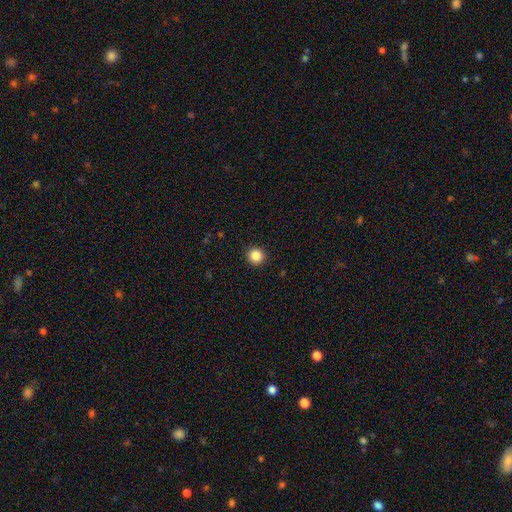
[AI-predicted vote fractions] This appears to be a smooth galaxy with no disk features (86%) that is round (93%). Merging: none (93%).